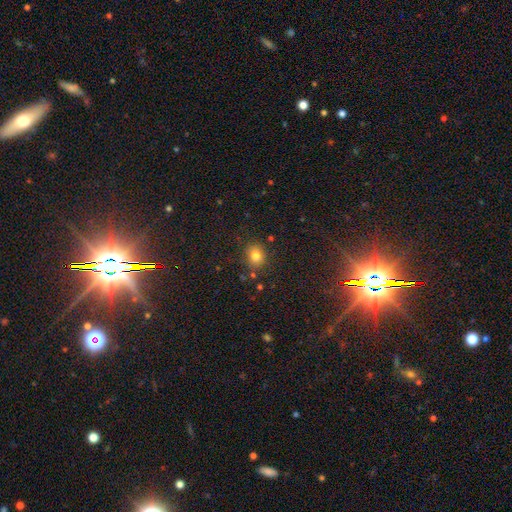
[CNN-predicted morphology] smooth_or_featured: smooth (p=0.79) [alt: star or artifact p=0.14]
how_rounded: round (p=0.70) [alt: in between p=0.29]
merging: none (p=0.81) [alt: minor disturbance p=0.12]